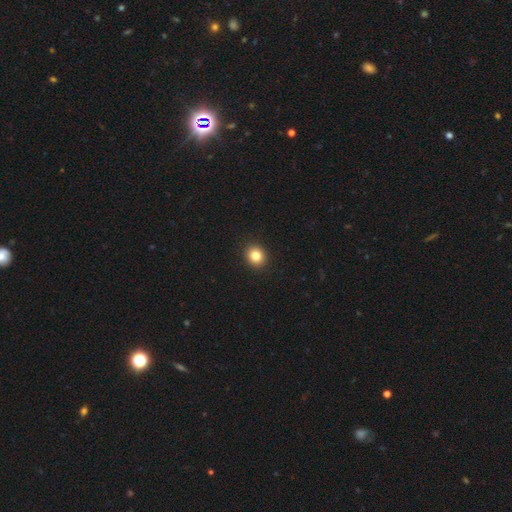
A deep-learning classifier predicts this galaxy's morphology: smooth_or_featured: smooth (p=0.83) [alt: star or artifact p=0.11]
how_rounded: round (p=0.79) [alt: in between p=0.20]
merging: none (p=0.93) [alt: minor disturbance p=0.05]